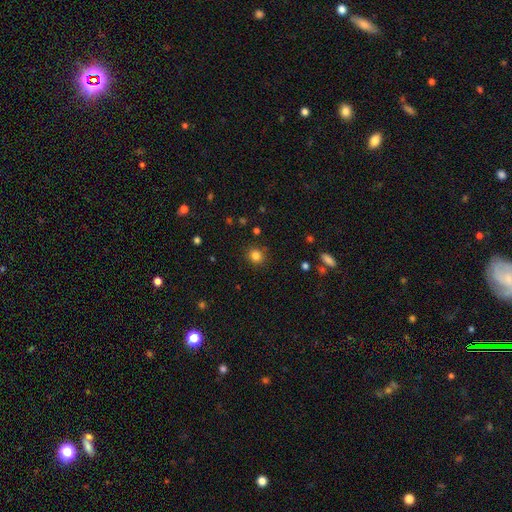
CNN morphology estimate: smooth 83%, star or artifact 12%, featured or disk 5%. Down the decision tree: how rounded — round (84%); merging — none (88%).